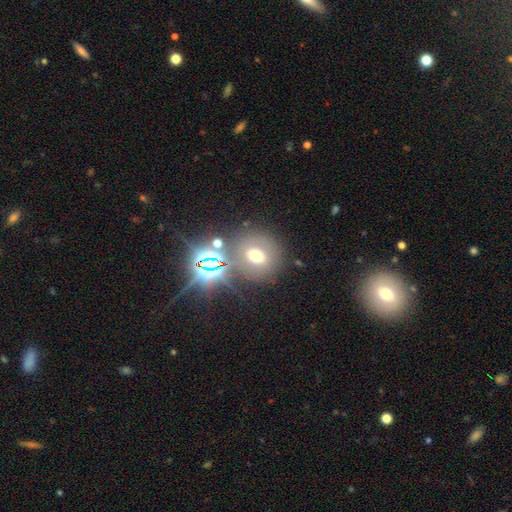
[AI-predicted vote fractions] Overall: smooth (52%; star or artifact 30%). How rounded: round (79%). Merging: none (74%).